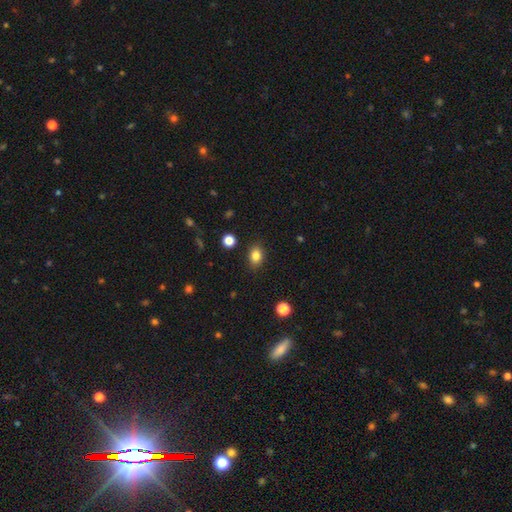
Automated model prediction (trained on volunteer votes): Smooth or featured? smooth (84%)
How rounded? in between (67%)
Merging? none (86%)